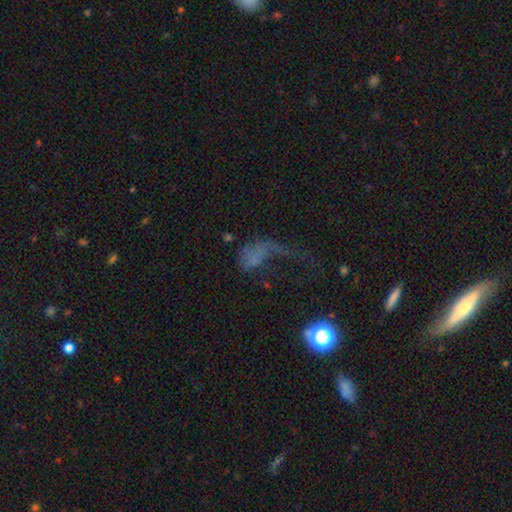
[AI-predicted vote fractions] Morphology: type=smooth (42%); merging=major disturbance (62%).